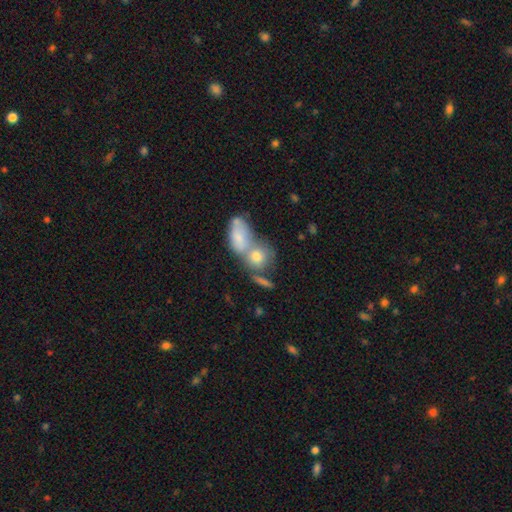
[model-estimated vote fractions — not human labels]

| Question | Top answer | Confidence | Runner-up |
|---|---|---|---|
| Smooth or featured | smooth | 61% | featured or disk (26%) |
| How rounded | in between | 48% | round (47%) |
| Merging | merger | 57% | none (28%) |